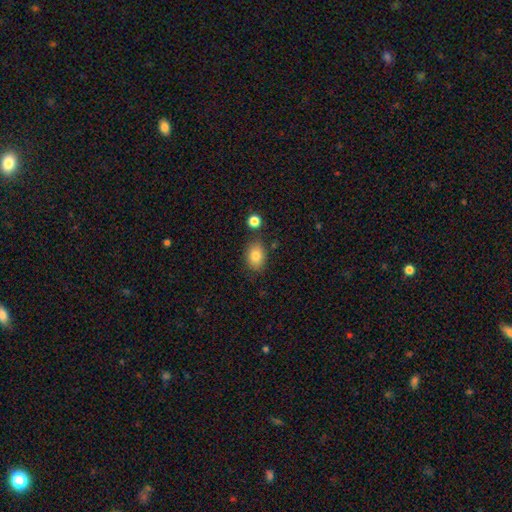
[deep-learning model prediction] Overall: smooth (82%). How rounded: in between (75%). Merging: none (79%).